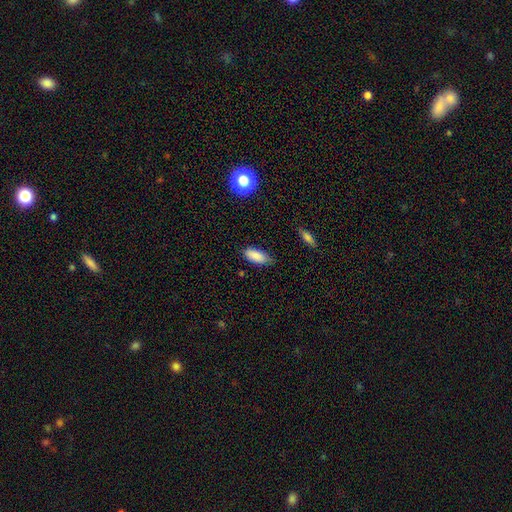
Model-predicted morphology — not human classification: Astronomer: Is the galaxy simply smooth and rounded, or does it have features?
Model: smooth — 87%.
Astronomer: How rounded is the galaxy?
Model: in between — 87%.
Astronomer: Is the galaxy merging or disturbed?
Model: none — 74%.